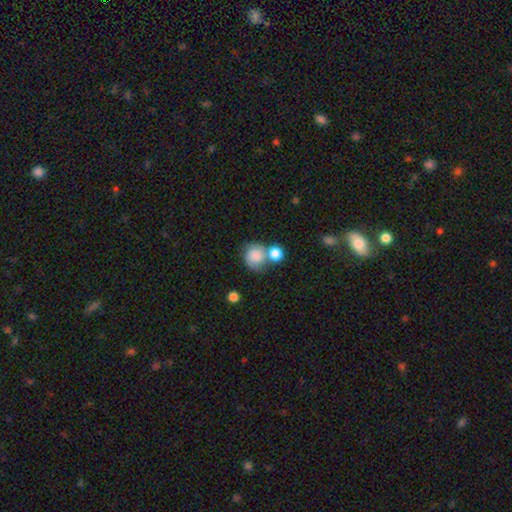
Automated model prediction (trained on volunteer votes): Smooth or featured: smooth — 69% (featured or disk — 22%)
How rounded: round — 76% (in between — 23%)
Merging: none — 40% (merger — 36%)